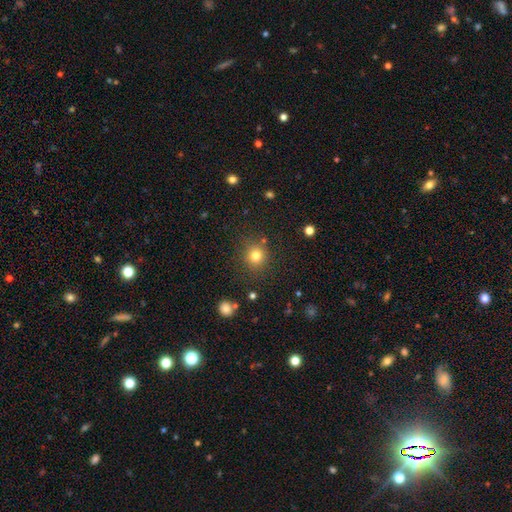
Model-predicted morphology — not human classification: Smooth or featured?
  - smooth: 79% *
  - star or artifact: 14%
  - featured or disk: 6%
How rounded?
  - round: 91% *
  - in between: 8%
  - cigar-shaped: 1%
Merging?
  - none: 84% *
  - minor disturbance: 9%
  - merger: 4%
  - major disturbance: 3%